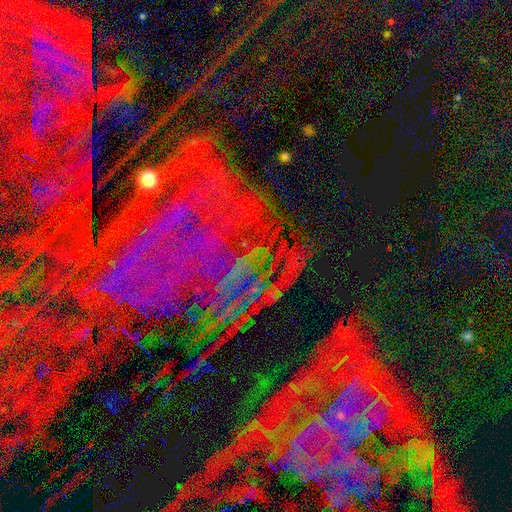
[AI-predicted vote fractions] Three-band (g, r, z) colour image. It shows a star or artifact, not a galaxy (77%).